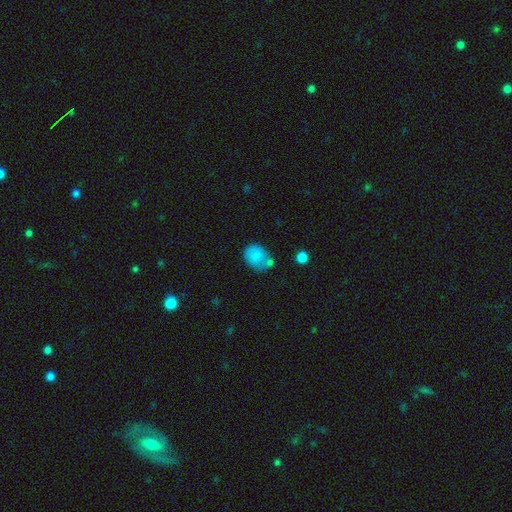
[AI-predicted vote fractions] The model was most divided on "how rounded": round: 54%, in between: 45%, cigar-shaped: 1%. More confident: smooth or featured — smooth (82%); merging — none (54%).